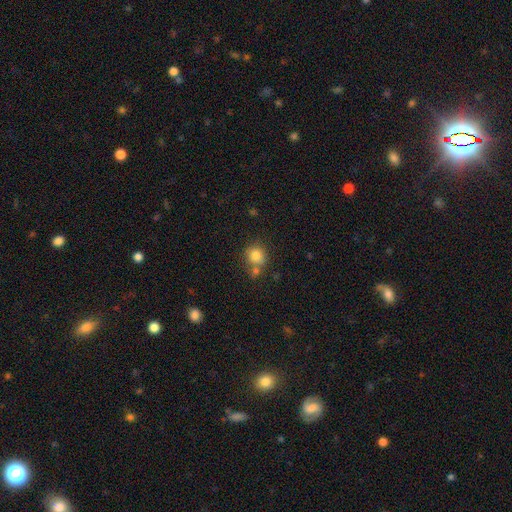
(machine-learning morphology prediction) Smooth or featured: smooth — 82% (star or artifact — 11%)
How rounded: round — 83% (in between — 16%)
Merging: none — 60% (merger — 24%)